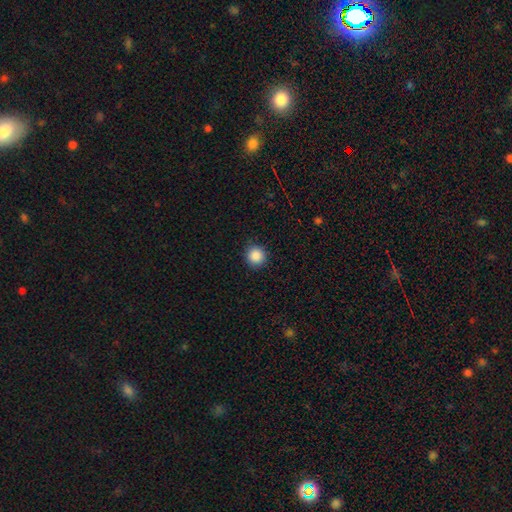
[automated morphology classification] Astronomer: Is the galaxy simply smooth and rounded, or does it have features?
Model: smooth — 88%.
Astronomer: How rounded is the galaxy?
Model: round — 94%.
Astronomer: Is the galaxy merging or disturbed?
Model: none — 91%.